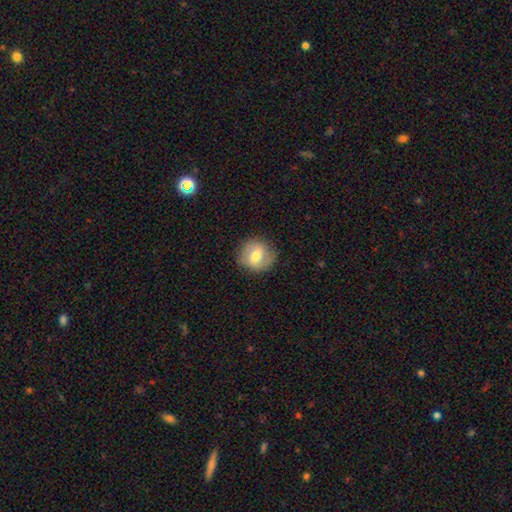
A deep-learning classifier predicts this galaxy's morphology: smooth 58%, featured or disk 35%, star or artifact 8%. Down the decision tree: how rounded — round (87%); merging — none (84%).